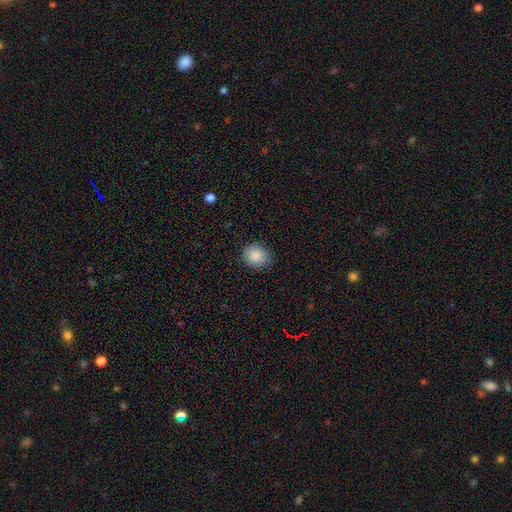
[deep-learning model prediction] Smooth or featured: smooth — 88% (star or artifact — 8%)
How rounded: round — 69% (in between — 30%)
Merging: none — 86% (minor disturbance — 11%)